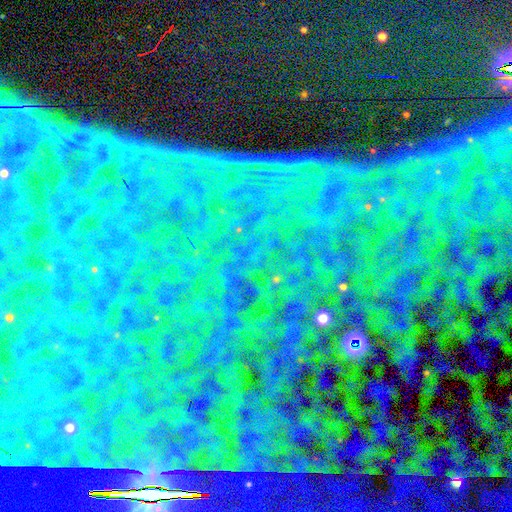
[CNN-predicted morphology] smooth-or-featured: star or artifact: 86% | featured or disk: 8% | smooth: 7%